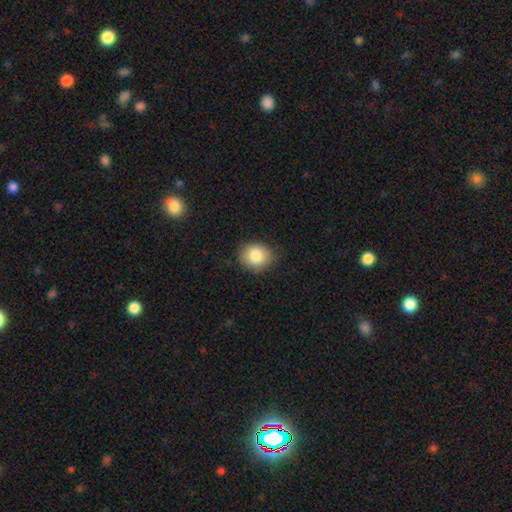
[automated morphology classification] Overall: smooth (84%). How rounded: round (74%). Merging: none (84%).